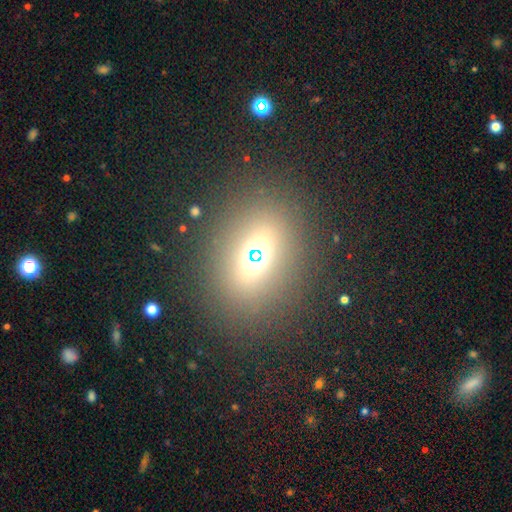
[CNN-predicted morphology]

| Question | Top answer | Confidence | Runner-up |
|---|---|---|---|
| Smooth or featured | smooth | 48% | star or artifact (36%) |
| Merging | none | 86% | minor disturbance (8%) |